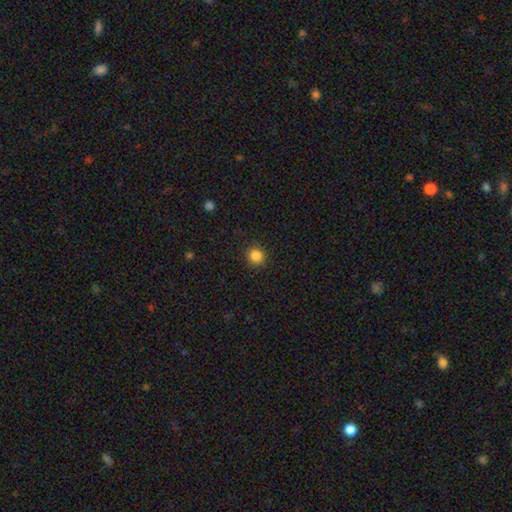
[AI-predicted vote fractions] Q: Smooth or featured?
A: smooth (85%); runner-up: star or artifact (11%)
Q: How rounded?
A: round (93%); runner-up: in between (7%)
Q: Merging?
A: none (91%); runner-up: minor disturbance (6%)